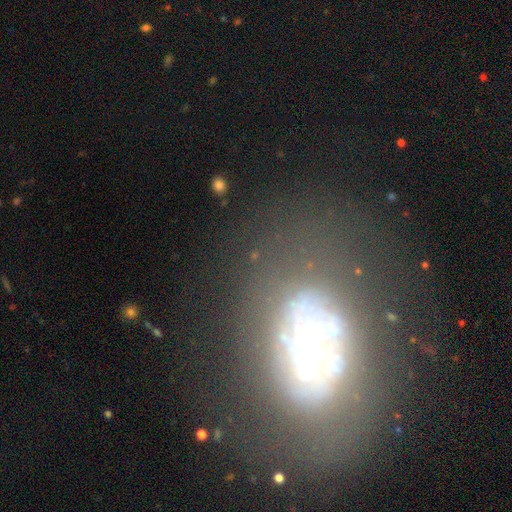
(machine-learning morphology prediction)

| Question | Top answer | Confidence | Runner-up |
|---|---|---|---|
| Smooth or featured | featured or disk | 73% | smooth (15%) |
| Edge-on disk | no | 94% | yes (6%) |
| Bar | no | 79% | weak (16%) |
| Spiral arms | yes | 69% | no (31%) |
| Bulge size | small | 49% | moderate (42%) |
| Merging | none | 55% | major disturbance (21%) |